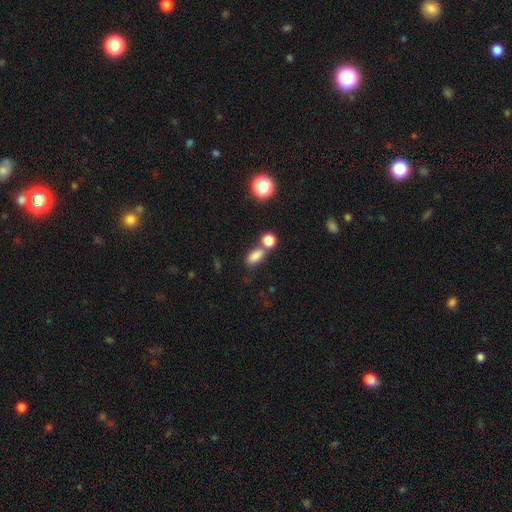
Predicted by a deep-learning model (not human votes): A smooth galaxy with no disk features (82%) that is in between round and cigar-shaped (83%).

Vote fractions:
- Smooth or featured? smooth: 82% / star or artifact: 12% / featured or disk: 7%
- How rounded? in between: 83% / round: 13% / cigar-shaped: 4%
- Merging? none: 48% / merger: 36% / minor disturbance: 11% / major disturbance: 5%